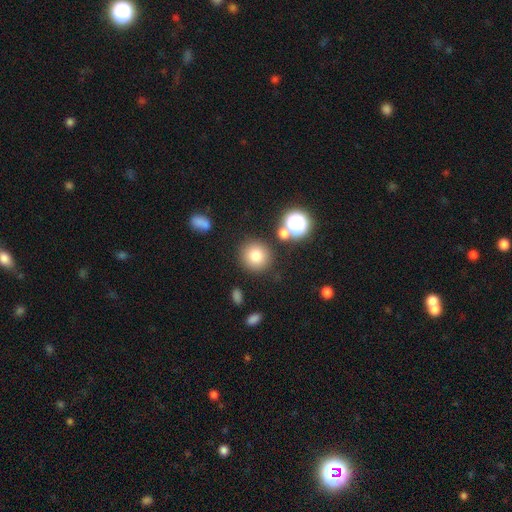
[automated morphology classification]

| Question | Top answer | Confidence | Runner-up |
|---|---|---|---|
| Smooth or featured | smooth | 79% | star or artifact (13%) |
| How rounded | round | 91% | in between (8%) |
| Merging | none | 82% | minor disturbance (8%) |